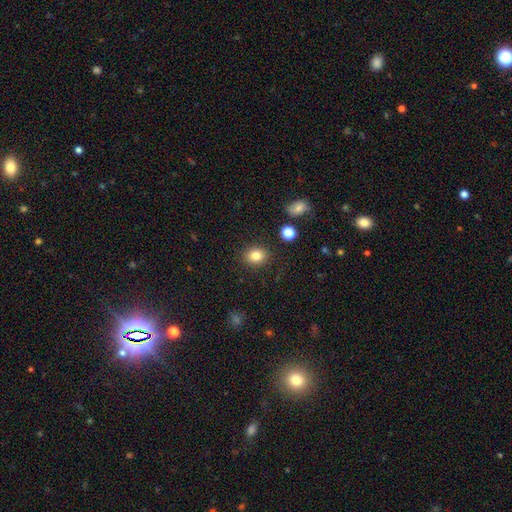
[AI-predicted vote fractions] Smooth or featured?
  - smooth: 82% *
  - star or artifact: 11%
  - featured or disk: 7%
How rounded?
  - round: 55% *
  - in between: 44%
  - cigar-shaped: 1%
Merging?
  - none: 87% *
  - minor disturbance: 8%
  - major disturbance: 3%
  - merger: 2%